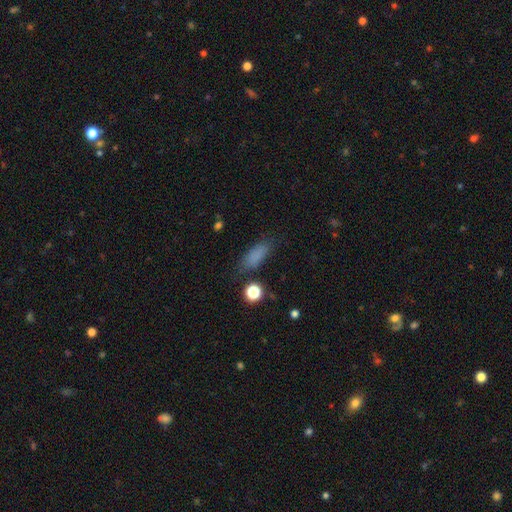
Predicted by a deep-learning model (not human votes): smooth-or-featured: smooth: 81% | star or artifact: 12% | featured or disk: 7%
  how-rounded: in between: 64% | cigar-shaped: 31% | round: 5%
  merging: none: 77% | minor disturbance: 15% | major disturbance: 5% | merger: 3%